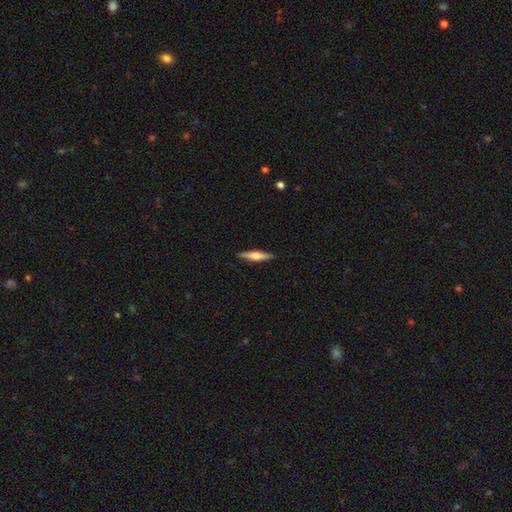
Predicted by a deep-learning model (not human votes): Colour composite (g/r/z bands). It shows a featured or disk galaxy (55%) viewed edge-on (96%) with a rounded central bulge (85%). Merging: none (90%).